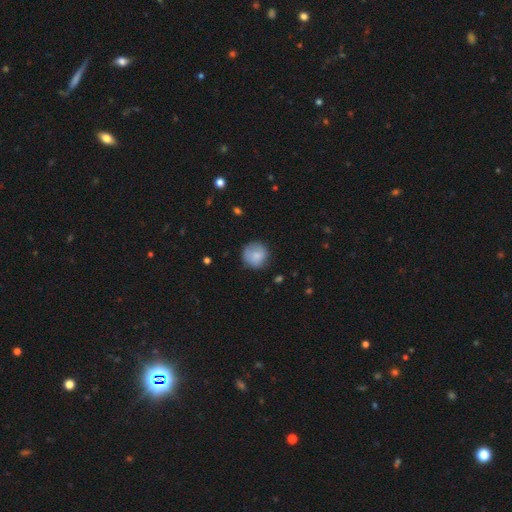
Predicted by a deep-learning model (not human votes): Overall: smooth (81%). How rounded: round (92%). Merging: none (74%).